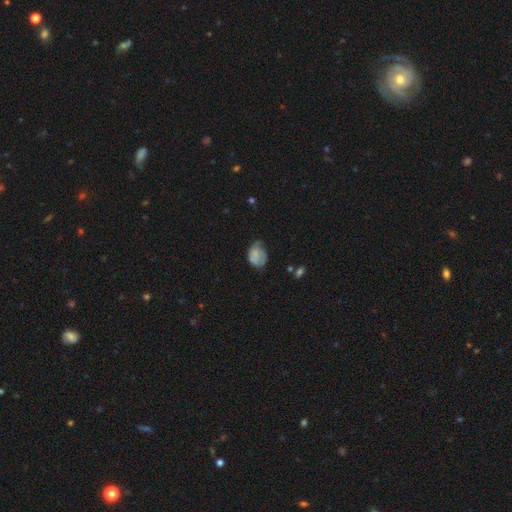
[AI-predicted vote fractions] smooth_or_featured: smooth (p=0.63) [alt: featured or disk p=0.28]
how_rounded: in between (p=0.65) [alt: round p=0.34]
merging: minor disturbance (p=0.39) [alt: none p=0.38]